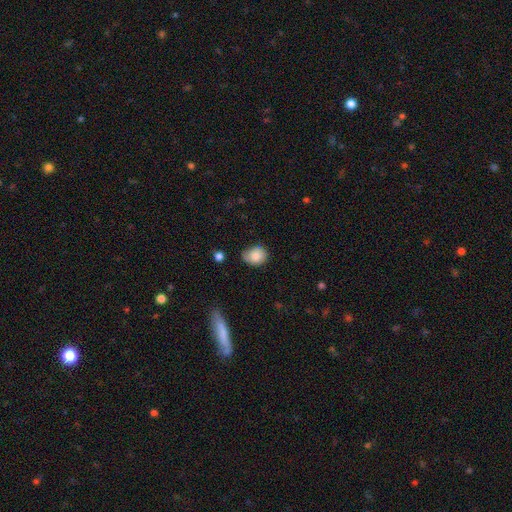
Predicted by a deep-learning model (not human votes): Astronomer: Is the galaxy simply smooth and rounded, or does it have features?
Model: smooth — 83%.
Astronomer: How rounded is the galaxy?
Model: round — 55% (runner-up: in between, 44%).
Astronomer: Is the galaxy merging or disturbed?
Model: none — 62%.